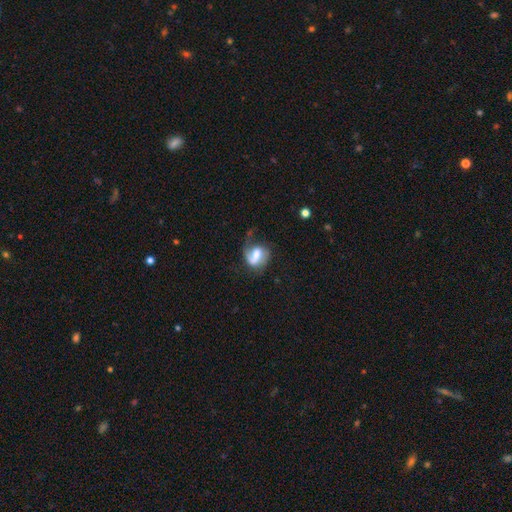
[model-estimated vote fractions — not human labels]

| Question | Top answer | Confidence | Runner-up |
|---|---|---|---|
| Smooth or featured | featured or disk | 53% | smooth (39%) |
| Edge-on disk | no | 95% | yes (5%) |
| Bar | weak | 40% | strong (37%) |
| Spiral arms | yes | 80% | no (20%) |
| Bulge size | moderate | 34% | large (33%) |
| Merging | none | 43% | major disturbance (28%) |